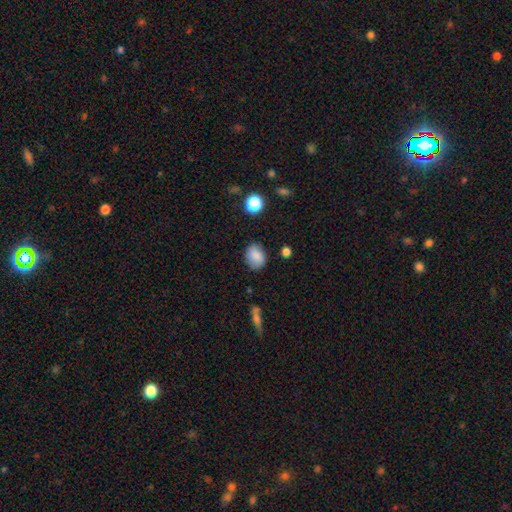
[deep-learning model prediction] Overall: smooth (85%). How rounded: in between (55%; round 44%). Merging: none (79%).